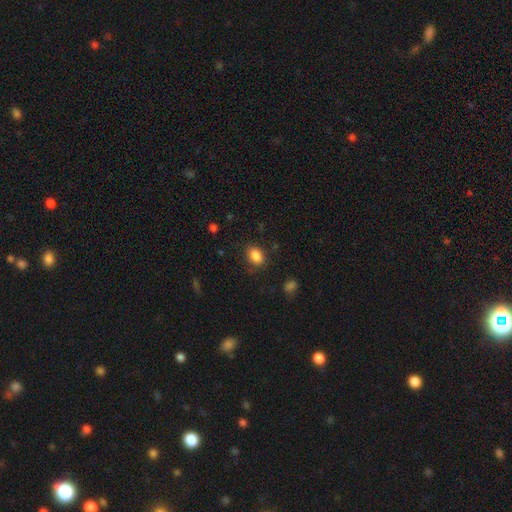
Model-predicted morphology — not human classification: The model was most divided on "how rounded": in between: 79%, round: 20%, cigar-shaped: 1%. More confident: smooth or featured — smooth (86%); merging — none (81%).